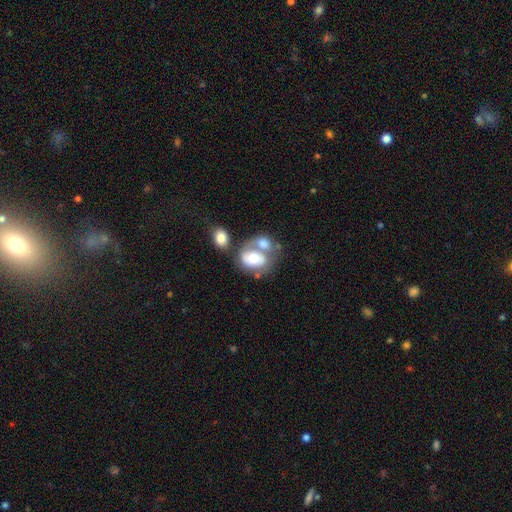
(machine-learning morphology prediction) featured or disk 47%, smooth 43%, star or artifact 10%. Down the decision tree: merging — merger (62%).